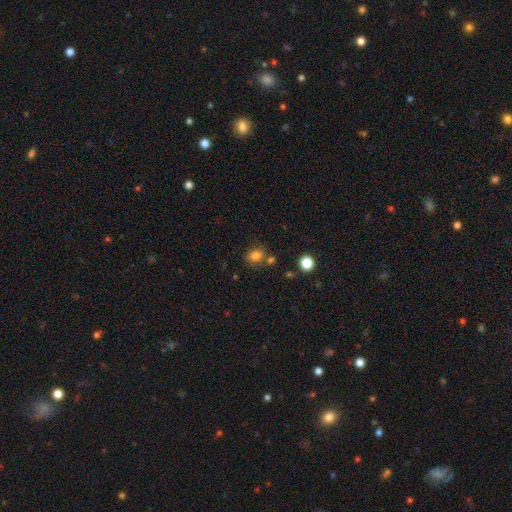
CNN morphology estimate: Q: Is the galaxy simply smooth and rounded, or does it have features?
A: smooth — 80%.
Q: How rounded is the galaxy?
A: round — 57%.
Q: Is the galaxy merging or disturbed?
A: none — 69%.